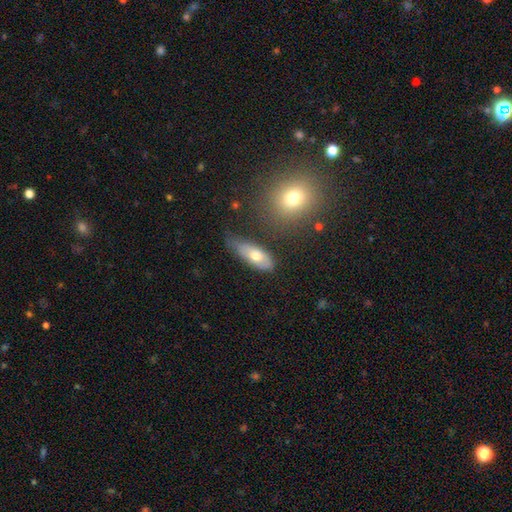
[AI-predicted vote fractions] Smooth or featured? smooth (63%)
How rounded? in between (78%)
Merging? none (46%)